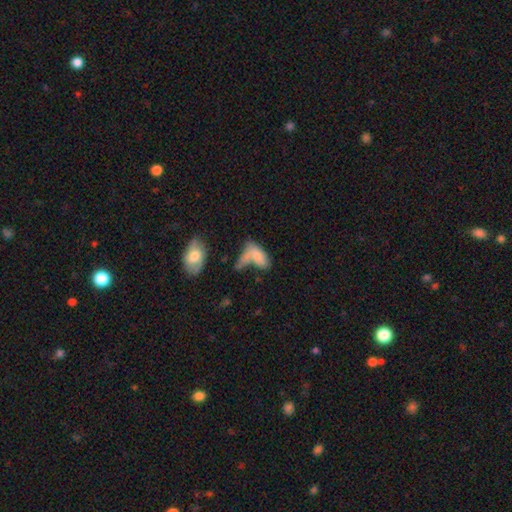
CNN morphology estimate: The model was most divided on "merging": merger: 37%, none: 24%, major disturbance: 24%, minor disturbance: 16%. More confident: how rounded — in between (86%); smooth or featured — smooth (71%).